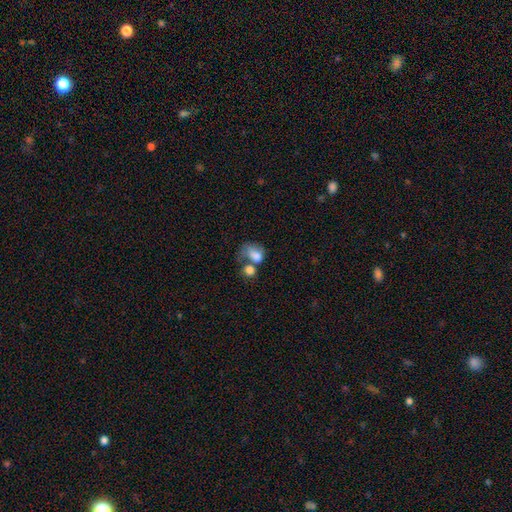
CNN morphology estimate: Overall: smooth (72%). How rounded: in between (69%; round 30%). Merging: merger (48%; major disturbance 21%).